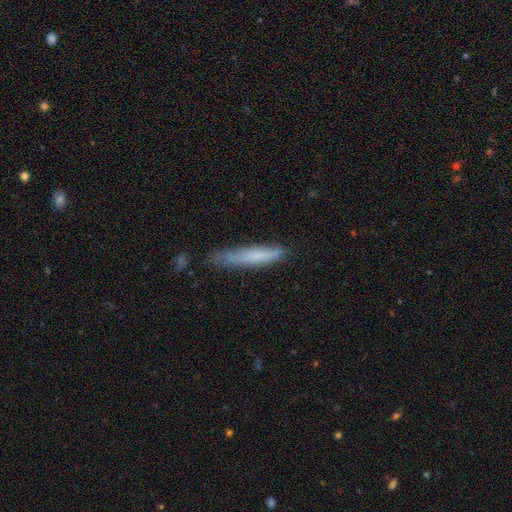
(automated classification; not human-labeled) smooth-or-featured: smooth: 71% | featured or disk: 23% | star or artifact: 7%
  how-rounded: cigar-shaped: 93% | in between: 5% | round: 1%
  merging: none: 66% | minor disturbance: 26% | major disturbance: 5% | merger: 3%